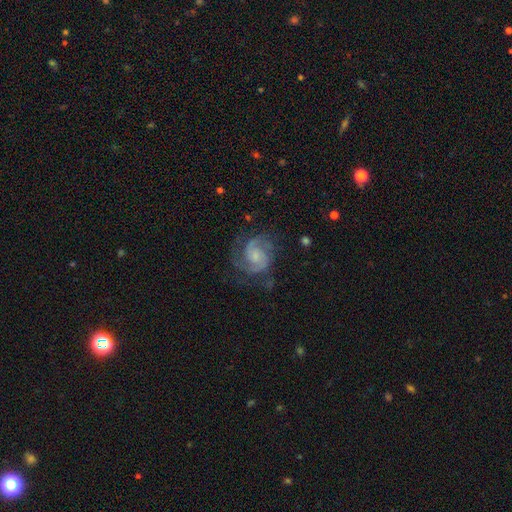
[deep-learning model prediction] The model was most divided on "spiral winding": medium: 48%, tight: 40%, loose: 12%. More confident: edge-on disk — no (98%); spiral arms — yes (97%); smooth or featured — featured or disk (85%); spiral arm count — 2 (74%); merging — none (68%); bar — no (63%); bulge size — small (54%).